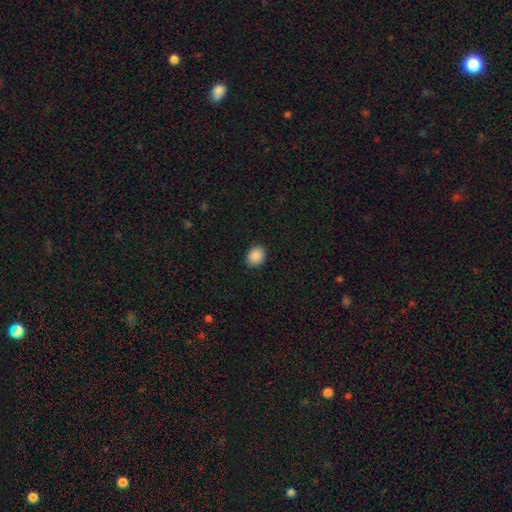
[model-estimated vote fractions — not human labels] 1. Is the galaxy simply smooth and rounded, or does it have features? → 89% smooth, 8% star or artifact, 3% featured or disk.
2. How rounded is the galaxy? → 56% round, 43% in between, 1% cigar-shaped.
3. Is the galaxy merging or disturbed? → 89% none, 8% minor disturbance, 2% major disturbance, 1% merger.